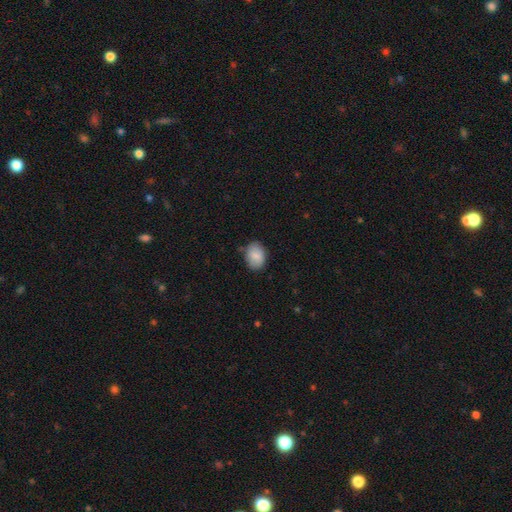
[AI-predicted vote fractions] The model was most divided on "how rounded": in between: 74%, round: 25%, cigar-shaped: 1%. More confident: smooth or featured — smooth (85%); merging — none (80%).